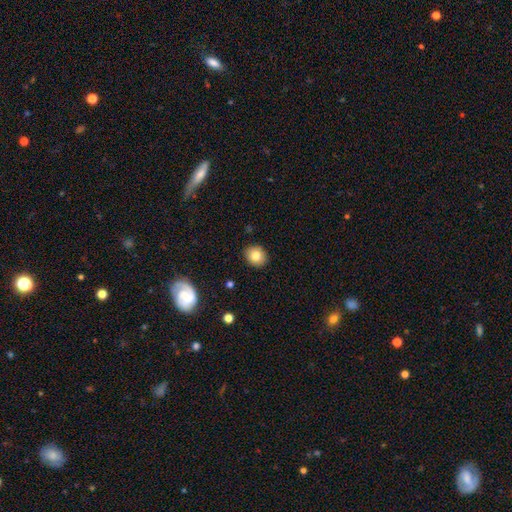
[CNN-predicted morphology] Q: Smooth or featured?
A: smooth (81%); runner-up: star or artifact (10%)
Q: How rounded?
A: round (72%); runner-up: in between (27%)
Q: Merging?
A: none (89%); runner-up: minor disturbance (8%)